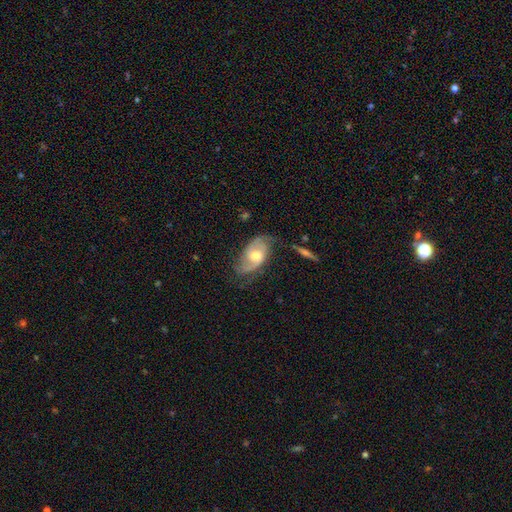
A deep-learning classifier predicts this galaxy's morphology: This is likely a featured or disk galaxy (78%). It is clearly not viewed edge-on (94%). Bar: possibly no (55%). Spiral arm pattern: clearly yes (92%). Spiral arm count: clearly 2 (81%). Spiral winding: possibly medium (45%). Central bulge: likely moderate (71%). Merging: likely none (64%).